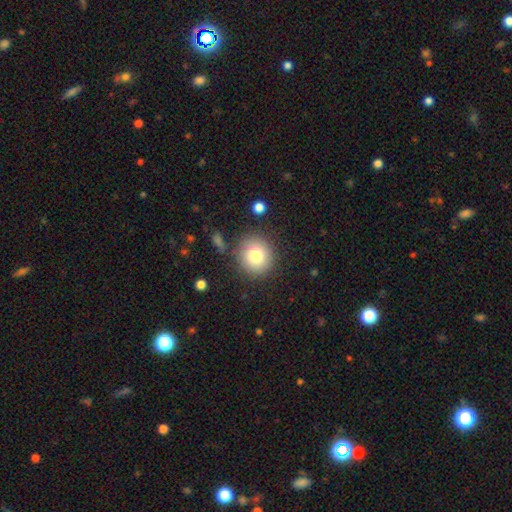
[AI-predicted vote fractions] This is likely a smooth galaxy (80%). How rounded: clearly round (90%). Merging: clearly none (85%).